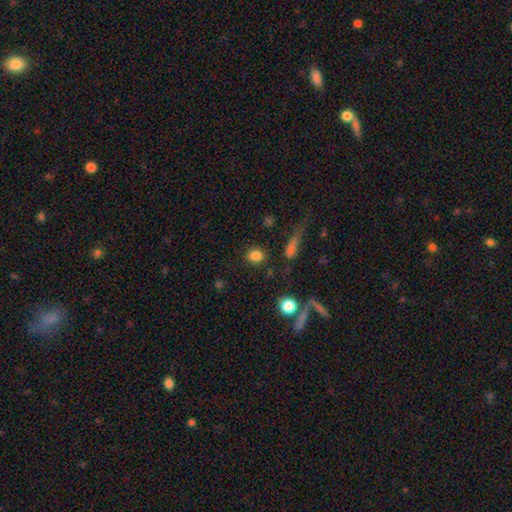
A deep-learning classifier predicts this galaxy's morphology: Q: Smooth or featured?
A: smooth (83%); runner-up: star or artifact (11%)
Q: How rounded?
A: round (70%); runner-up: in between (28%)
Q: Merging?
A: none (85%); runner-up: minor disturbance (8%)